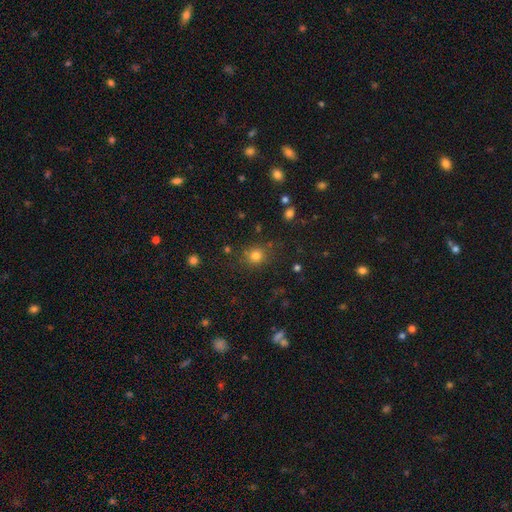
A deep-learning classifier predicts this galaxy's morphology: This appears to be a smooth galaxy with no disk features (78%) that is round (83%). Merging: none (79%).